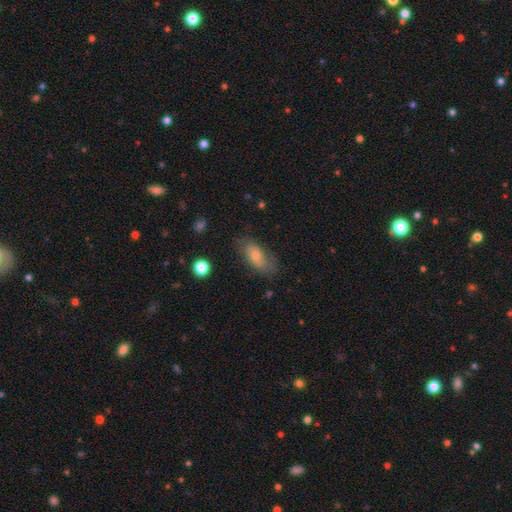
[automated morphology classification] Smooth or featured?
  - smooth: 59% *
  - featured or disk: 33%
  - star or artifact: 8%
How rounded?
  - in between: 86% *
  - cigar-shaped: 9%
  - round: 5%
Merging?
  - none: 67% *
  - minor disturbance: 23%
  - major disturbance: 9%
  - merger: 2%